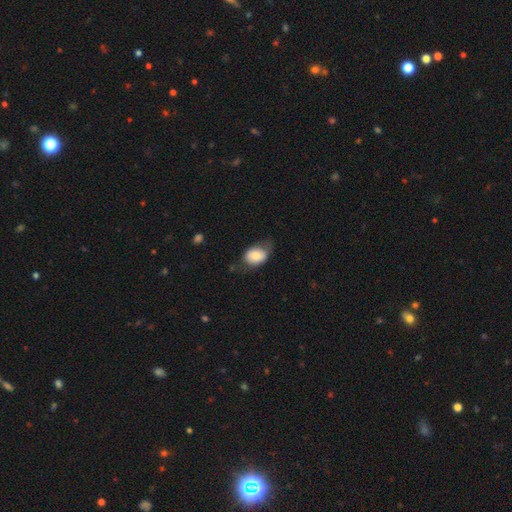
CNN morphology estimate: smooth 73%, featured or disk 20%, star or artifact 7%. Down the decision tree: how rounded — in between (74%); merging — none (53%).